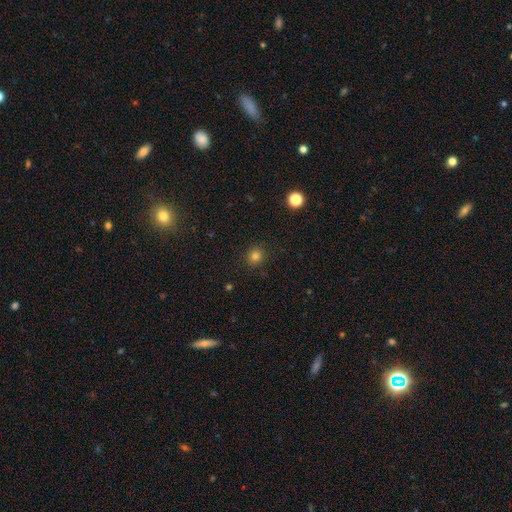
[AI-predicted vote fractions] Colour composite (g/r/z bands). It shows a smooth galaxy with no disk features (80%) that is round (90%). Merging: none (90%).